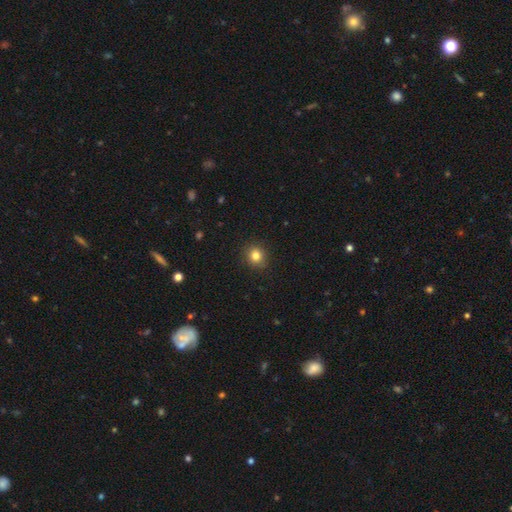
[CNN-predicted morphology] smooth 82%, star or artifact 12%, featured or disk 6%. Down the decision tree: how rounded — round (85%); merging — none (89%).